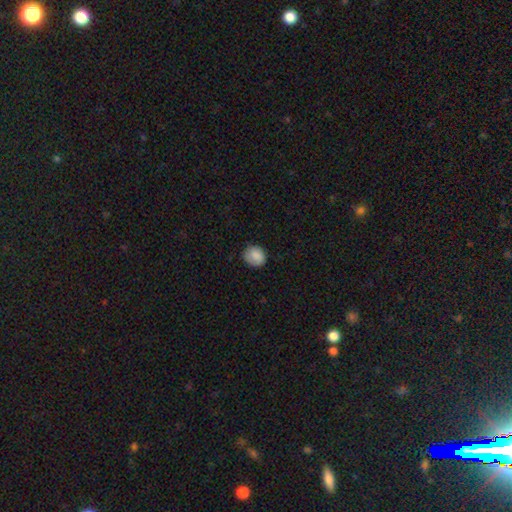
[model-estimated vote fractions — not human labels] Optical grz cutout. It shows a smooth galaxy with no disk features (86%) that is round (74%). Merging: none (74%).